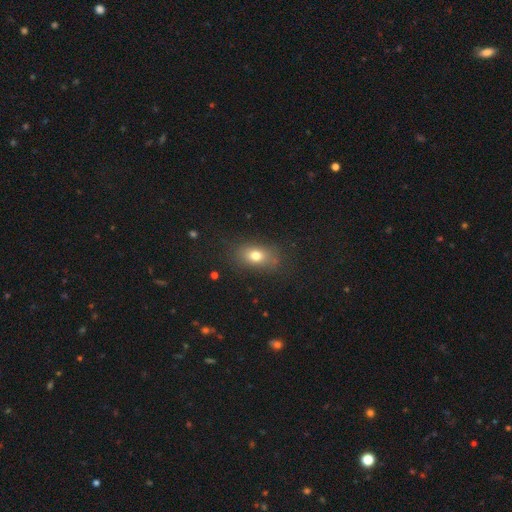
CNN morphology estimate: Smooth or featured? smooth (75%)
How rounded? in between (76%)
Merging? none (79%)